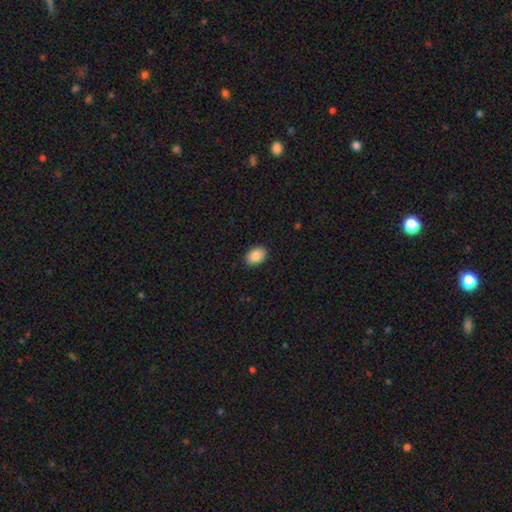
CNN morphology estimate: The model was most divided on "how rounded": in between: 81%, round: 18%, cigar-shaped: 1%. More confident: merging — none (89%); smooth or featured — smooth (86%).